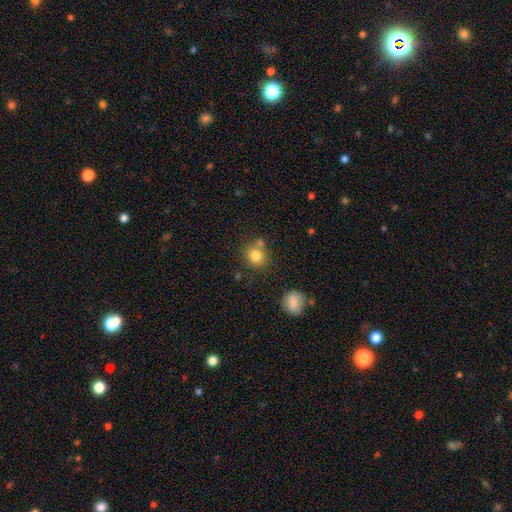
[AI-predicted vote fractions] The model was most divided on "merging": none: 69%, merger: 17%, minor disturbance: 11%, major disturbance: 4%. More confident: how rounded — round (85%); smooth or featured — smooth (80%).